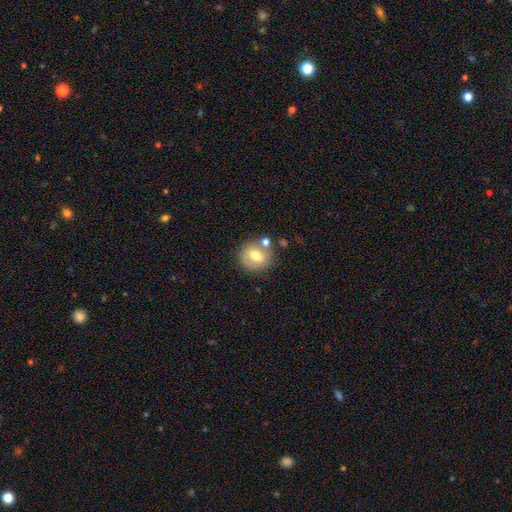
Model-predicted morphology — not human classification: type=smooth (64%); roundness=round (81%); merging=none (69%).